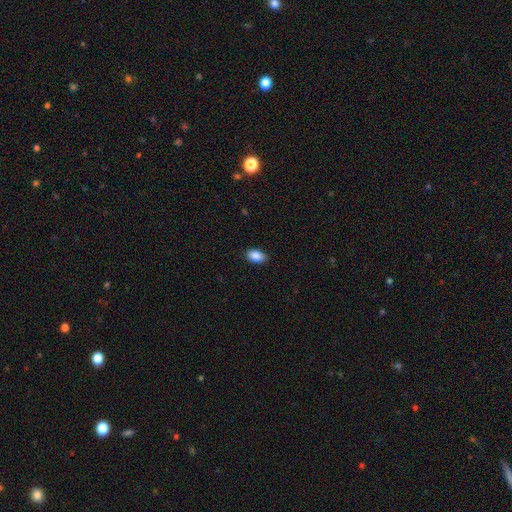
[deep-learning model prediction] This appears to be a smooth galaxy with no disk features (87%) that is in between round and cigar-shaped (91%). Merging: none (88%).